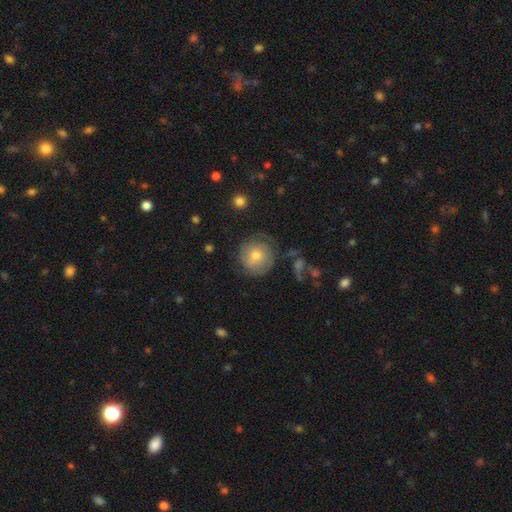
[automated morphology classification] Smooth or featured: featured or disk — 47% (smooth — 43%)
Merging: none — 71% (minor disturbance — 18%)